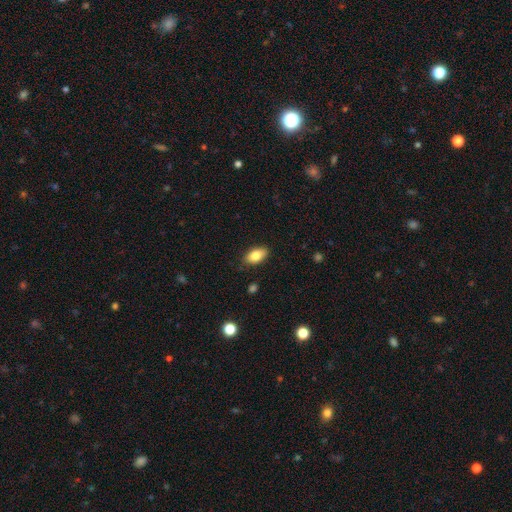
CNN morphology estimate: Smooth or featured: smooth — 82% (featured or disk — 11%)
How rounded: in between — 91% (round — 5%)
Merging: none — 86% (minor disturbance — 11%)